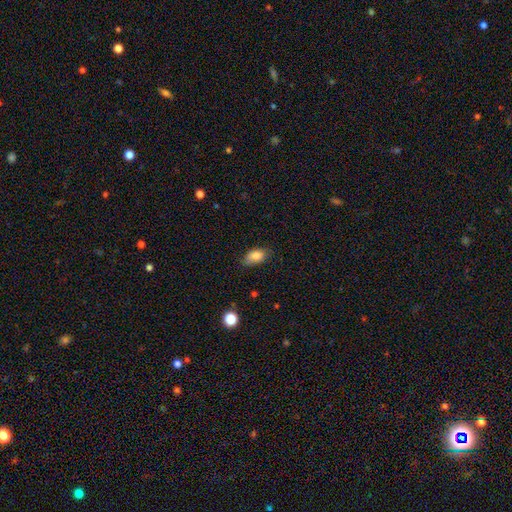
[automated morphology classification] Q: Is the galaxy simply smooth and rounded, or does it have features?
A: smooth — 83%.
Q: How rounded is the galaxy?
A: in between — 89%.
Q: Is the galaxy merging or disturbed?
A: none — 72%.